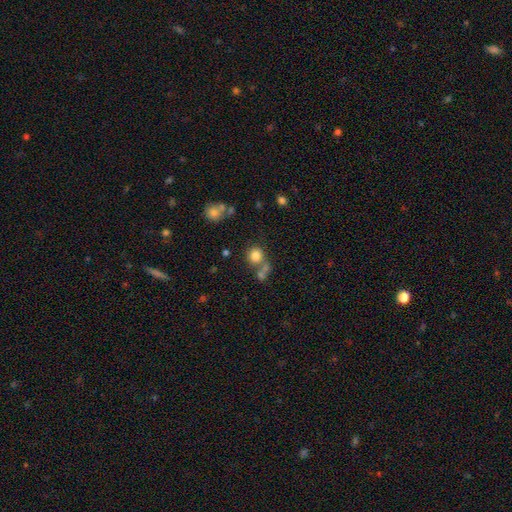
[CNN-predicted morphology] Smooth or featured?
  - smooth: 79% *
  - star or artifact: 12%
  - featured or disk: 9%
How rounded?
  - round: 88% *
  - in between: 11%
  - cigar-shaped: 1%
Merging?
  - none: 59% *
  - merger: 26%
  - minor disturbance: 10%
  - major disturbance: 5%